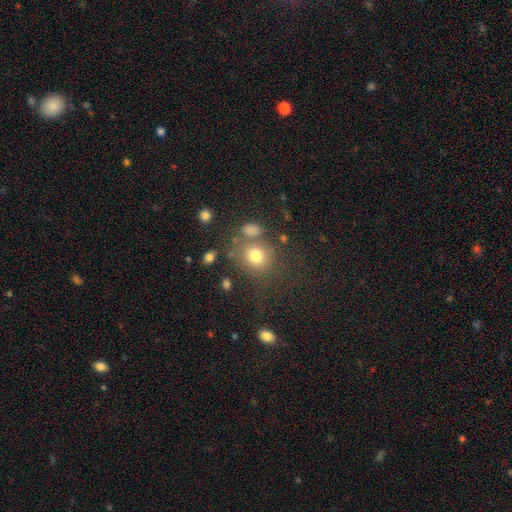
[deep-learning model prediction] A smooth galaxy with no disk features (76%) that is round (73%). Merging: none (65%).